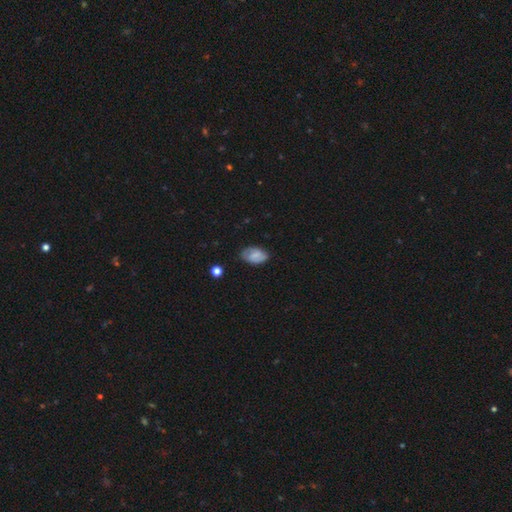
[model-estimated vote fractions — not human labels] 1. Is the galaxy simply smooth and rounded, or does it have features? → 62% smooth, 30% featured or disk, 9% star or artifact.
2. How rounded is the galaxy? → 91% in between, 8% round, 2% cigar-shaped.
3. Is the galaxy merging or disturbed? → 73% none, 21% minor disturbance, 5% major disturbance, 2% merger.